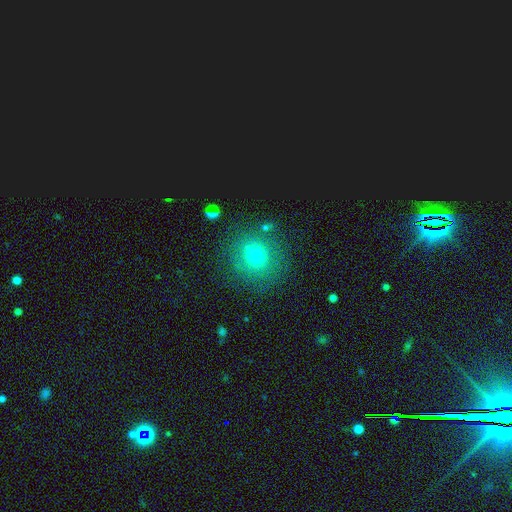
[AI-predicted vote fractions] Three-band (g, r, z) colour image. It shows a smooth galaxy with no disk features (67%) that is round (91%). Merging: none (81%).